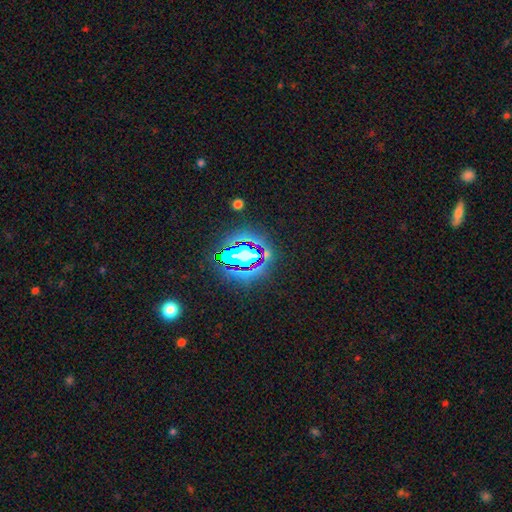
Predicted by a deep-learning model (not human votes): The model was most divided on "smooth or featured": star or artifact: 72%, smooth: 15%, featured or disk: 13%.